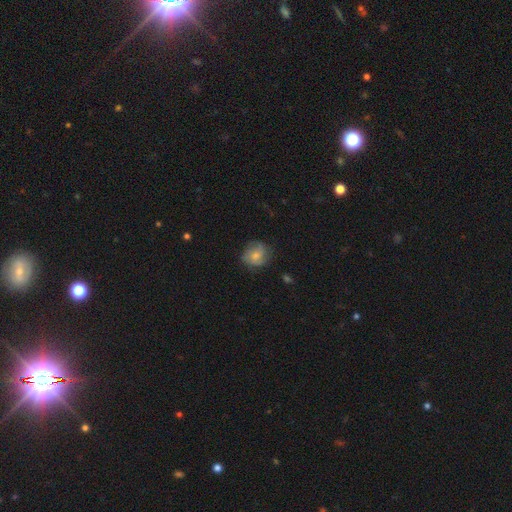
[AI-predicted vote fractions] A smooth galaxy with no disk features (57%) that is round (79%).

Vote fractions:
- Smooth or featured? smooth: 57% / featured or disk: 35% / star or artifact: 8%
- How rounded? round: 79% / in between: 20% / cigar-shaped: 1%
- Merging? none: 70% / minor disturbance: 22% / major disturbance: 7% / merger: 1%